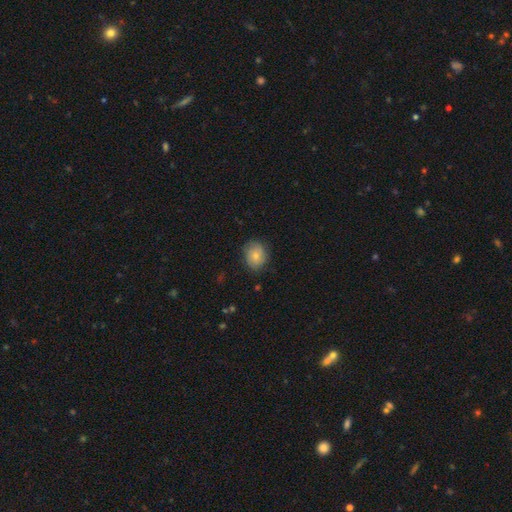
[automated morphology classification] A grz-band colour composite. It shows a smooth galaxy with no disk features (73%) that is round (58%). Merging: none (79%).